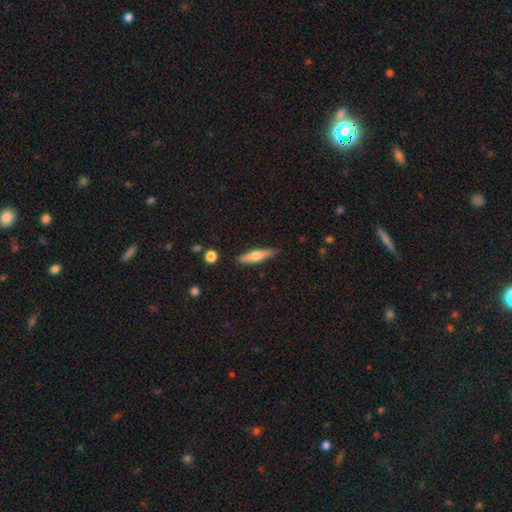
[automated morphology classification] Smooth or featured? Predicted: smooth (p=0.48). Merging? Predicted: none (p=0.87).